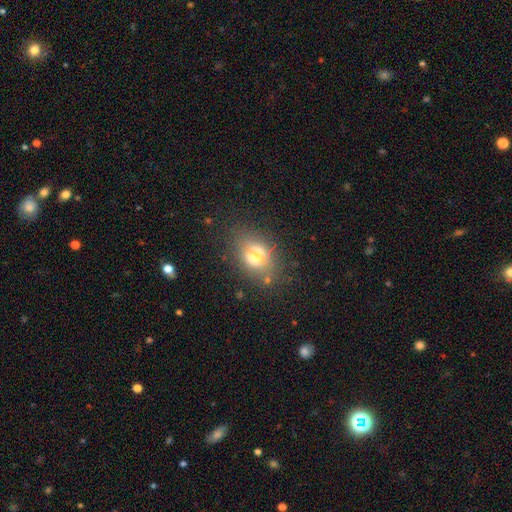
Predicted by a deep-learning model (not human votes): smooth 58%, featured or disk 28%, star or artifact 13%. Down the decision tree: how rounded — in between (63%); merging — none (58%).